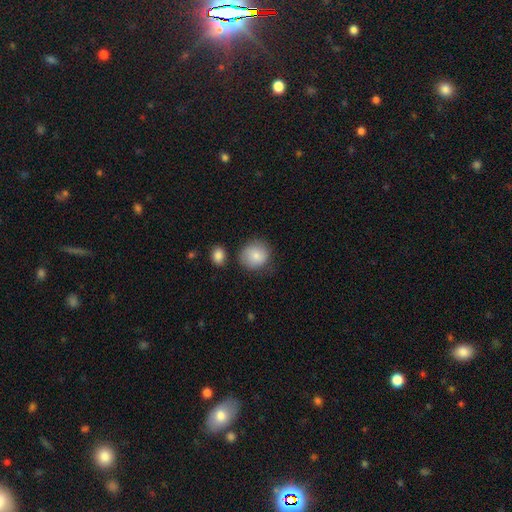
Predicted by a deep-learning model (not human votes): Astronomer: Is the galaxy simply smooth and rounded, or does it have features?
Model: smooth — 83%.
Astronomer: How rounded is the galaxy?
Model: round — 85%.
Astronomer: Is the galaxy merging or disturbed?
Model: none — 74%.